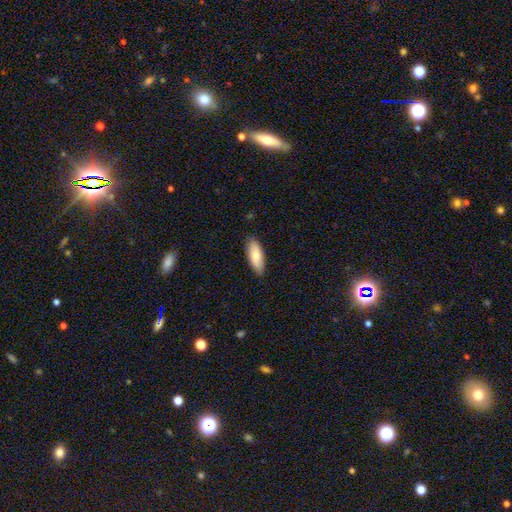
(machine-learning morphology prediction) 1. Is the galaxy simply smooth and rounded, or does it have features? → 78% smooth, 16% featured or disk, 5% star or artifact.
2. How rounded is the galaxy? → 72% in between, 27% cigar-shaped, 2% round.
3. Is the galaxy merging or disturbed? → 87% none, 11% minor disturbance, 2% major disturbance, 1% merger.